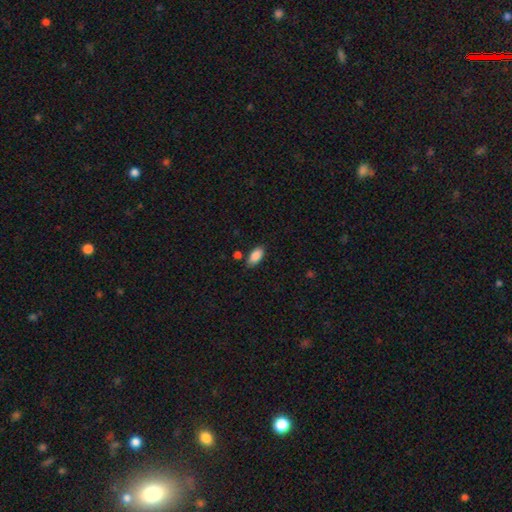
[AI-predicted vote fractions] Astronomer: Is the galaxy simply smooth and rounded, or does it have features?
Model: smooth — 88%.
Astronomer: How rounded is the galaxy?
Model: in between — 91%.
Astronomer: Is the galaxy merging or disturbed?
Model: none — 79%.